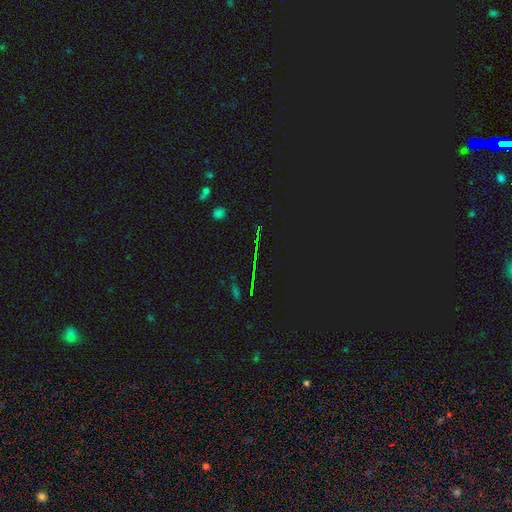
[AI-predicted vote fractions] The model was most divided on "smooth or featured": star or artifact: 75%, smooth: 14%, featured or disk: 10%.